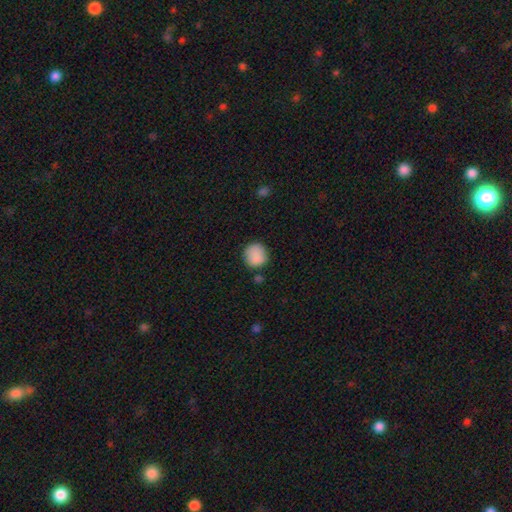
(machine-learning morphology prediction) This appears to be a smooth galaxy with no disk features (87%) that is round (88%). Merging: none (77%).